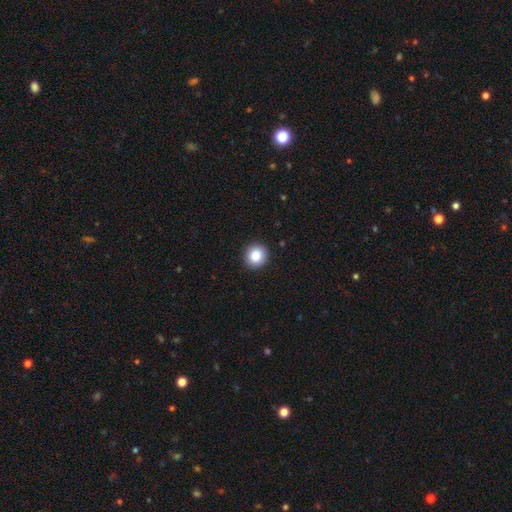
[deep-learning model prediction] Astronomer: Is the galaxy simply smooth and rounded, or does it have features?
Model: smooth — 87%.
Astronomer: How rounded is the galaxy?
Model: round — 91%.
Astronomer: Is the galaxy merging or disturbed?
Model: none — 91%.